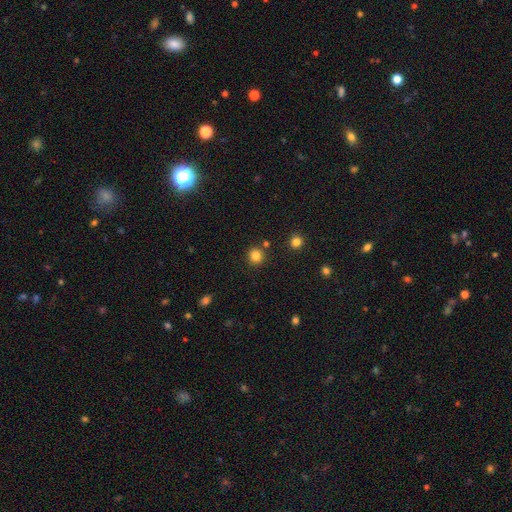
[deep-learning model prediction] Overall: smooth (83%). How rounded: round (92%). Merging: none (87%).